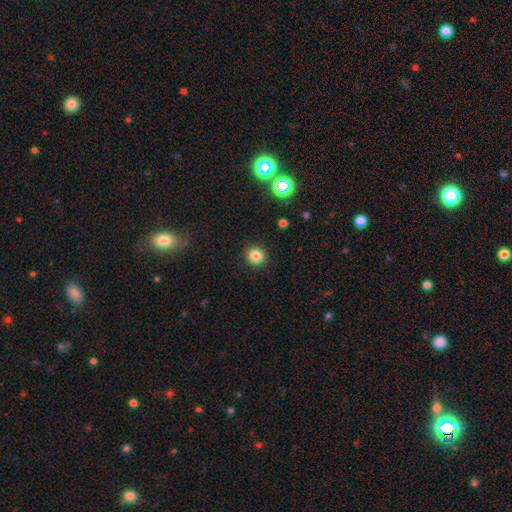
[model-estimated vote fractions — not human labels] This appears to be a smooth galaxy with no disk features (83%) that is round (93%). Merging: none (92%).